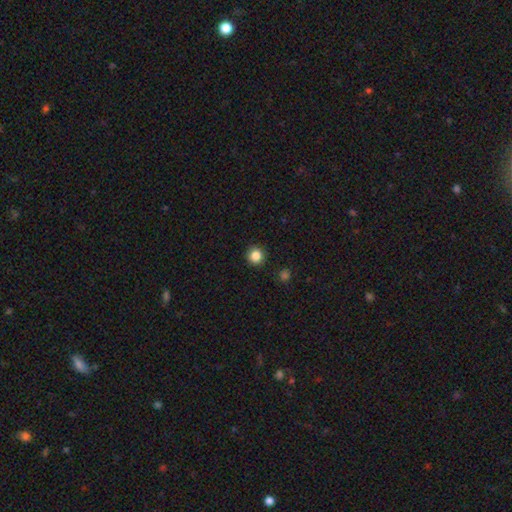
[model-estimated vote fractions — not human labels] This appears to be a smooth galaxy with no disk features (85%) that is round (95%). Merging: none (92%).